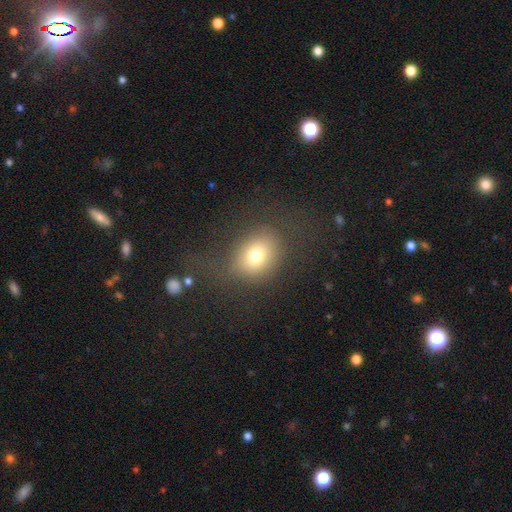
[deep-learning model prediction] Smooth or featured?
  - smooth: 74% *
  - star or artifact: 13%
  - featured or disk: 13%
How rounded?
  - round: 56% *
  - in between: 43%
  - cigar-shaped: 1%
Merging?
  - none: 66% *
  - major disturbance: 18%
  - minor disturbance: 14%
  - merger: 2%